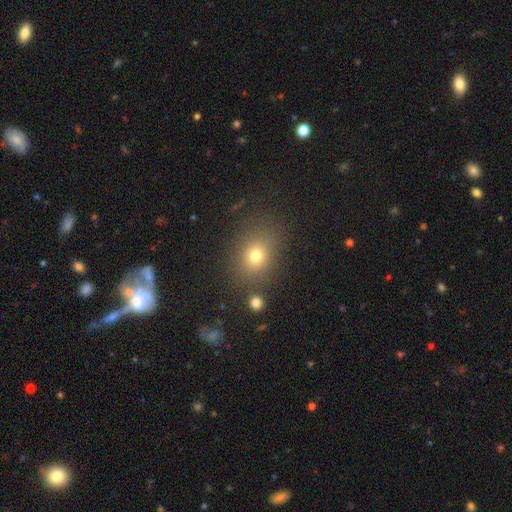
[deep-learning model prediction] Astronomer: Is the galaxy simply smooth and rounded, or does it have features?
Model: smooth — 72%.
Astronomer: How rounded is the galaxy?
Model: round — 50% (runner-up: in between, 49%).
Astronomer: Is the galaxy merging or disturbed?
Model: none — 79%.